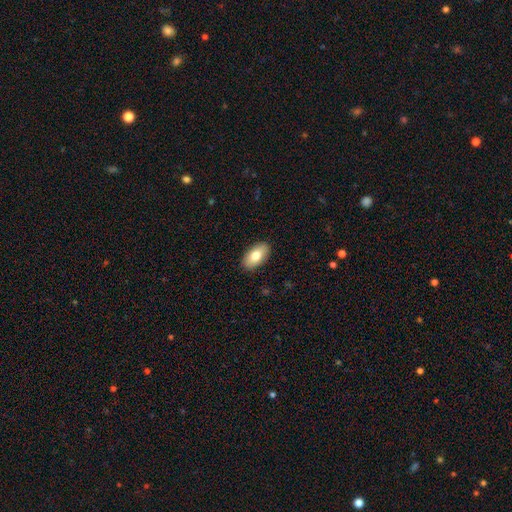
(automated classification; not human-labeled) This is likely a smooth galaxy (78%). How rounded: clearly in between (93%). Merging: clearly none (89%).